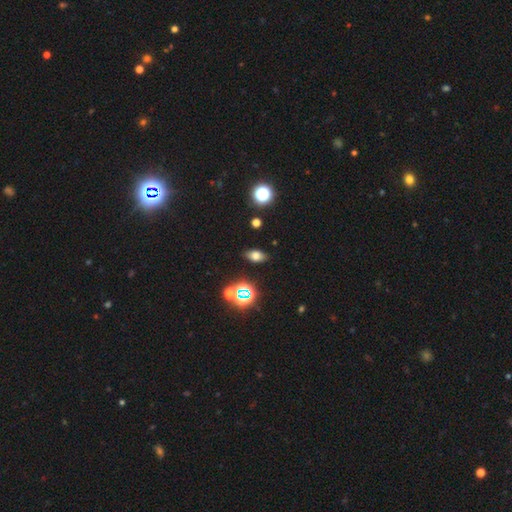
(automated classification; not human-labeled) Smooth or featured: smooth — 68% (star or artifact — 20%)
How rounded: in between — 85% (round — 11%)
Merging: none — 86% (minor disturbance — 9%)